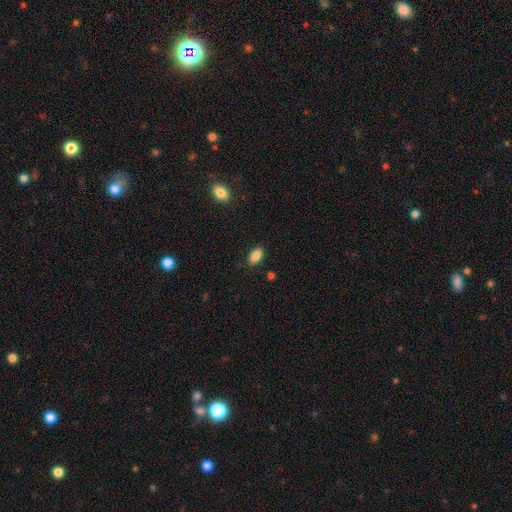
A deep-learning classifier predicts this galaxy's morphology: Smooth or featured? Predicted: smooth (p=0.87). How rounded? Predicted: in between (p=0.91). Merging? Predicted: none (p=0.86).